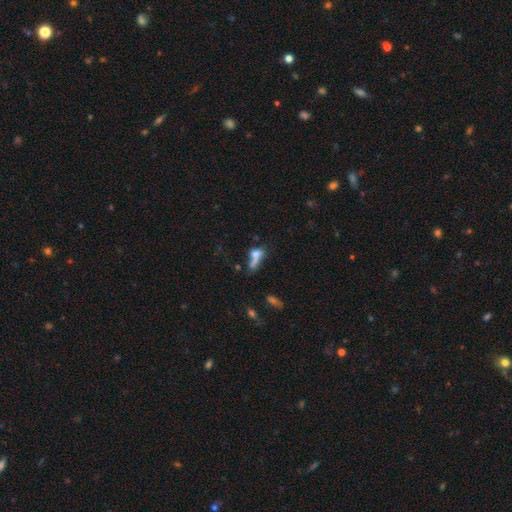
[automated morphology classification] type=smooth (60%); roundness=in between (55%); merging=merger (37%).